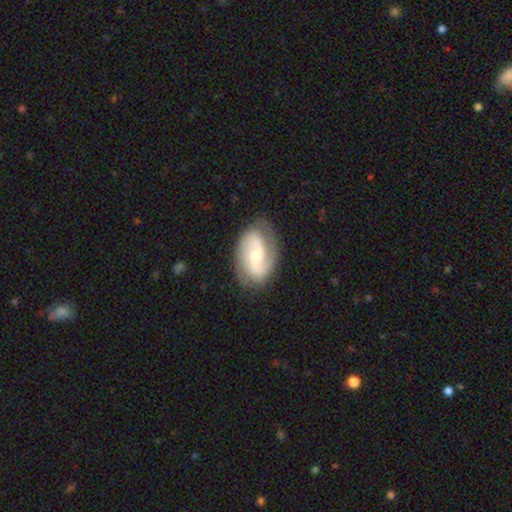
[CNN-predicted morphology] This appears to be a featured or disk galaxy (81%) with a weak bar (43%), 2 (85%) medium (47%) spiral arms (96%) and a small central bulge (53%). Merging: none (78%).